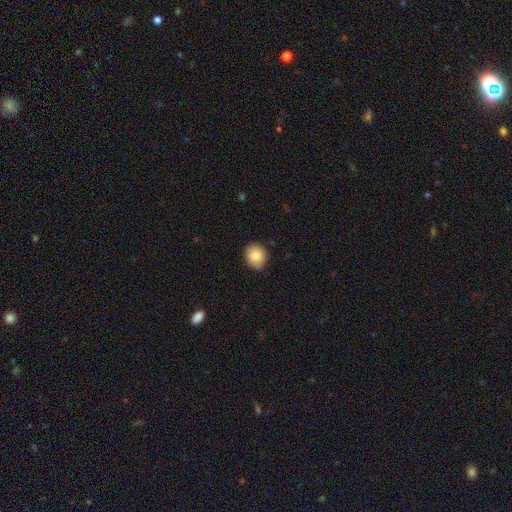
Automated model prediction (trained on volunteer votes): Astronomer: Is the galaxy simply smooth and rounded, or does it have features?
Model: smooth — 85%.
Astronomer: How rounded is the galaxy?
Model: round — 71%.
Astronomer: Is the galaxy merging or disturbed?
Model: none — 83%.